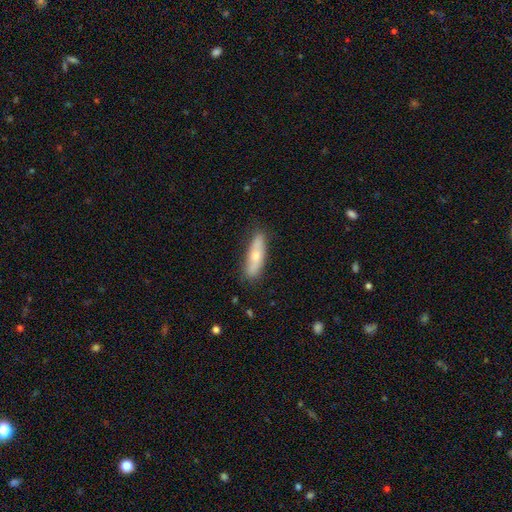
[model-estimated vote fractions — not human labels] A smooth galaxy with no disk features (60%) that is cigar-shaped (57%).

Vote fractions:
- Smooth or featured? smooth: 60% / featured or disk: 34% / star or artifact: 6%
- How rounded? cigar-shaped: 57% / in between: 41% / round: 2%
- Merging? none: 82% / minor disturbance: 14% / major disturbance: 3% / merger: 1%